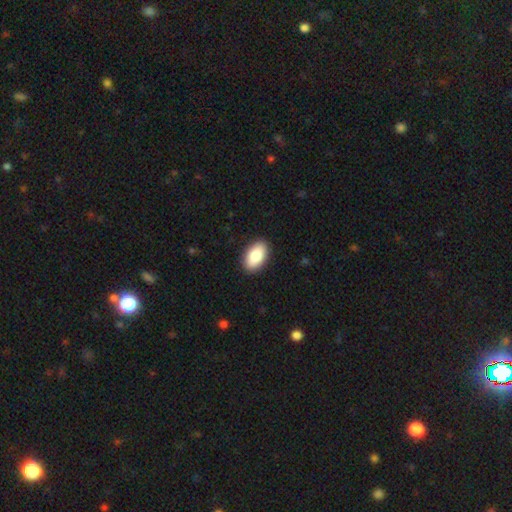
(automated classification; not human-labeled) Morphology: type=smooth (85%); roundness=in between (94%); merging=none (90%).